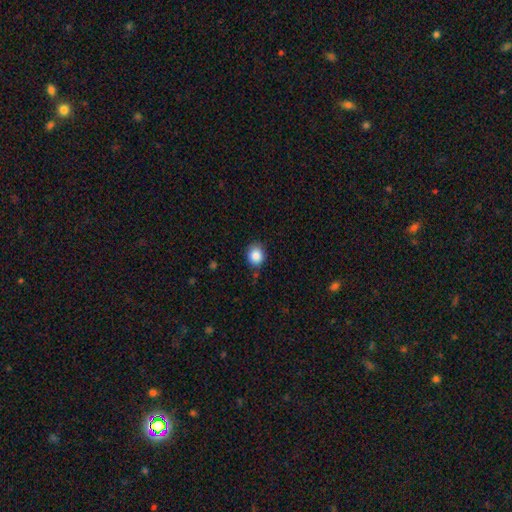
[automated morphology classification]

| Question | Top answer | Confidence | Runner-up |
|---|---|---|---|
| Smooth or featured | smooth | 86% | star or artifact (9%) |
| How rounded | round | 70% | in between (29%) |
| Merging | none | 83% | minor disturbance (13%) |